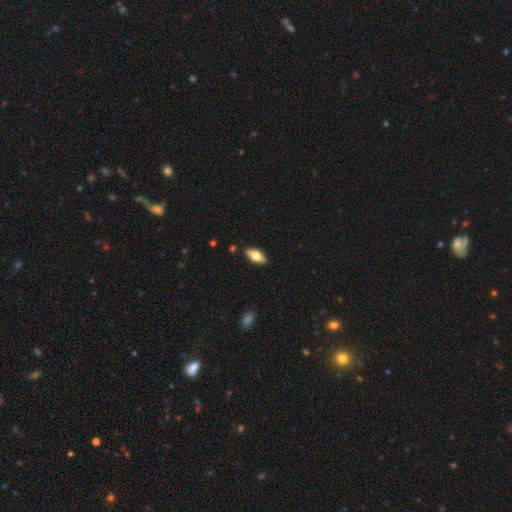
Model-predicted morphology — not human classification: smooth 71%, featured or disk 23%, star or artifact 6%. Down the decision tree: how rounded — in between (86%); merging — none (89%).